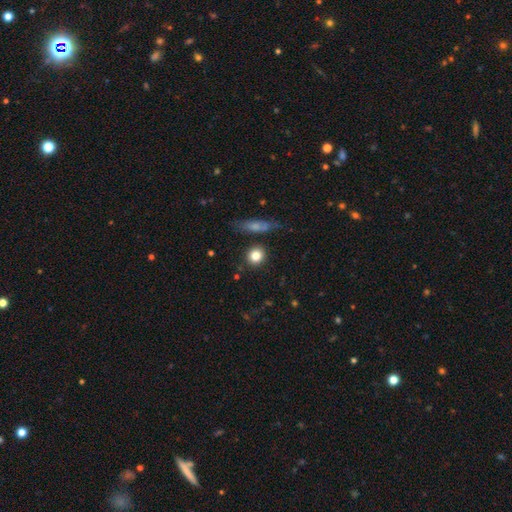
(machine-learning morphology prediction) A smooth galaxy with no disk features (82%) that is round (84%).

Vote fractions:
- Smooth or featured? smooth: 82% / star or artifact: 10% / featured or disk: 8%
- How rounded? round: 84% / in between: 14% / cigar-shaped: 2%
- Merging? none: 83% / minor disturbance: 9% / merger: 5% / major disturbance: 3%